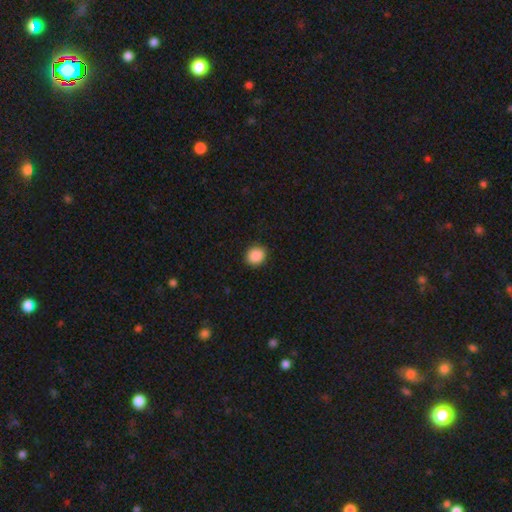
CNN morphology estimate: This is clearly a smooth galaxy (89%). How rounded: likely round (80%). Merging: clearly none (90%).